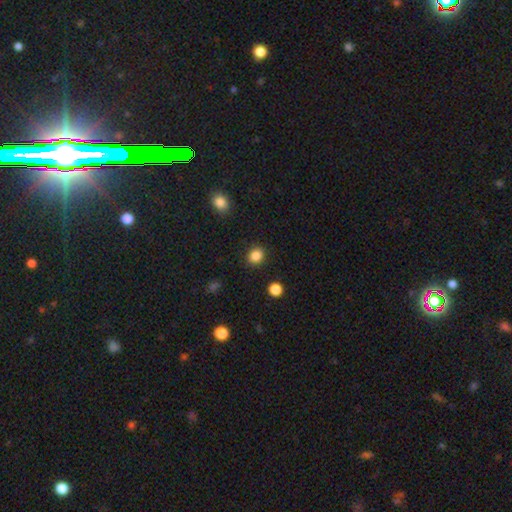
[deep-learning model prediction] Overall: smooth (86%). How rounded: round (67%; in between 32%). Merging: none (89%).